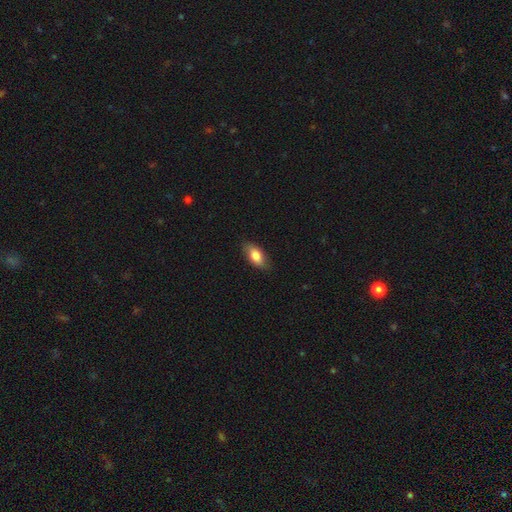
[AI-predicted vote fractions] Smooth or featured? Predicted: smooth (p=0.80). How rounded? Predicted: in between (p=0.89). Merging? Predicted: none (p=0.83).